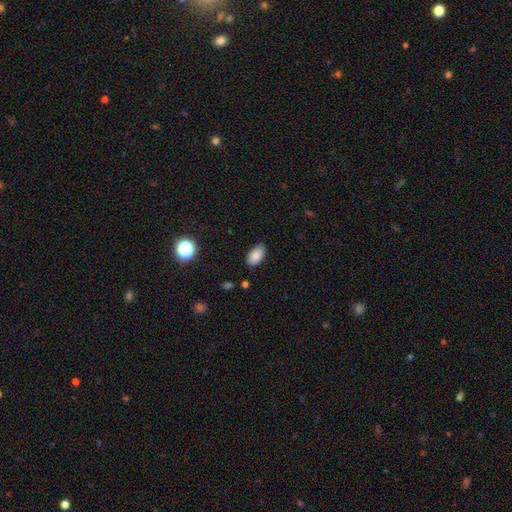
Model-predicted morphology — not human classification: Overall: smooth (86%). How rounded: in between (93%). Merging: none (83%).